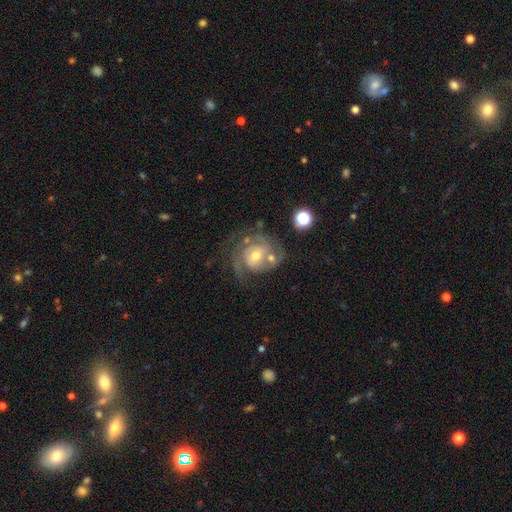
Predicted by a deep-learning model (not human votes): Smooth or featured? Predicted: featured or disk (p=0.82). Edge-on disk? Predicted: no (p=0.97). Bar? Predicted: no (p=0.66). Spiral arms? Predicted: yes (p=0.92). Spiral winding? Predicted: tight (p=0.59). Spiral arm count? Predicted: 2 (p=0.33). Bulge size? Predicted: moderate (p=0.65). Merging? Predicted: none (p=0.52).